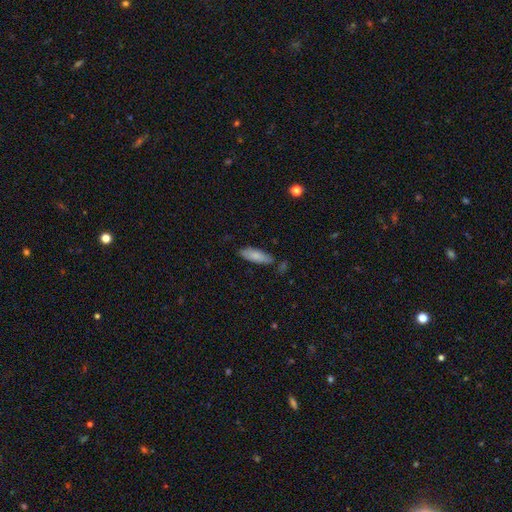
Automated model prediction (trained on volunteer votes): Overall: smooth (82%). How rounded: in between (54%; cigar-shaped 44%). Merging: none (76%).